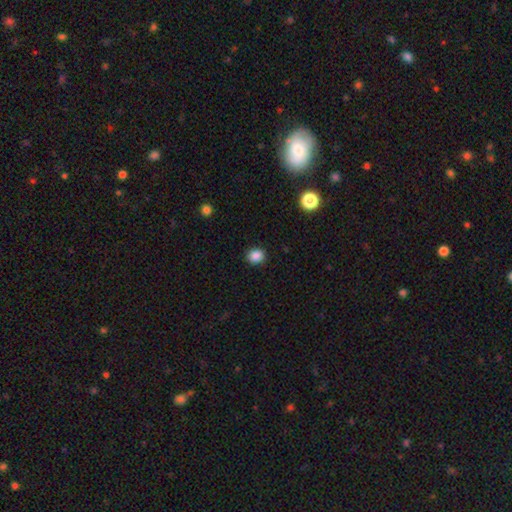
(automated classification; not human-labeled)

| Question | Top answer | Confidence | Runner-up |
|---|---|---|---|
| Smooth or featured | smooth | 87% | star or artifact (10%) |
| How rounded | round | 73% | in between (26%) |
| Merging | none | 91% | minor disturbance (6%) |